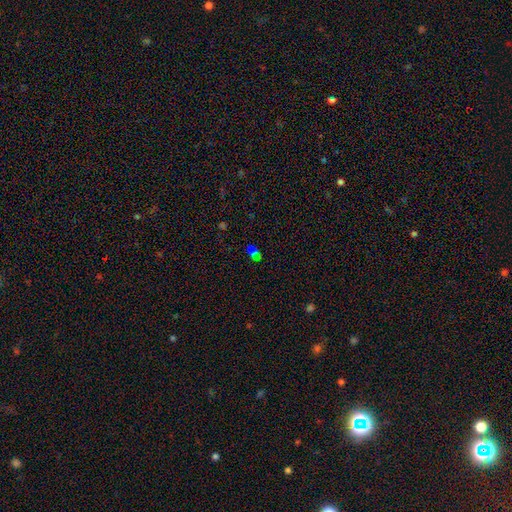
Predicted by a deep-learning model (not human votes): Q: Smooth or featured?
A: smooth (65%); runner-up: star or artifact (27%)
Q: How rounded?
A: in between (83%); runner-up: cigar-shaped (11%)
Q: Merging?
A: none (76%); runner-up: minor disturbance (15%)